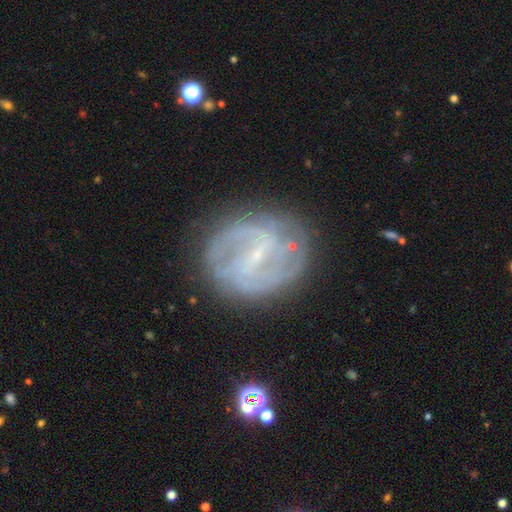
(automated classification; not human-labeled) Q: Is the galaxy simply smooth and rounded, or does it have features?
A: featured or disk — 82%.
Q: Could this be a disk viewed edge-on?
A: no — 97%.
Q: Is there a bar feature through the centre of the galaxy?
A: weak — 46%.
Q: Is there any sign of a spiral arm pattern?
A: yes — 89%.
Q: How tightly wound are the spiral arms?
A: medium — 43%.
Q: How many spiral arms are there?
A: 2 — 61%.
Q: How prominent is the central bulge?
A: small — 80%.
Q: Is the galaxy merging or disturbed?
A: none — 77%.